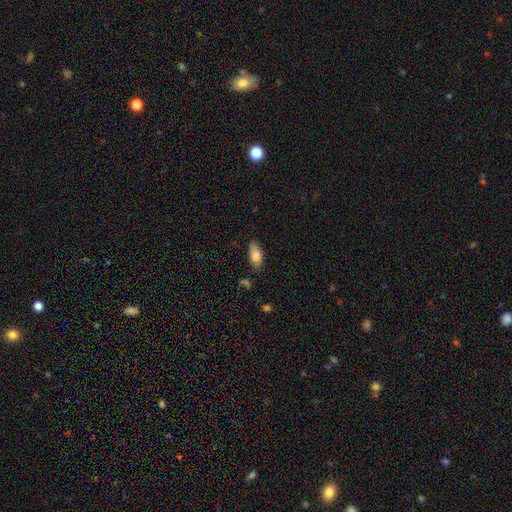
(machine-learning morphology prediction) This appears to be a smooth galaxy with no disk features (78%) that is in between round and cigar-shaped (85%). Merging: none (78%).